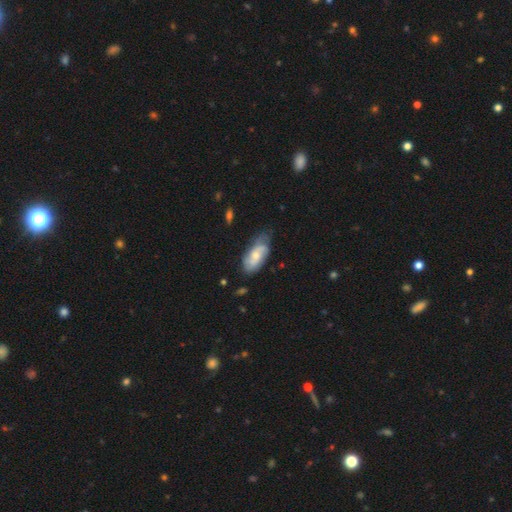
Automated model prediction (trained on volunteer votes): Smooth or featured? Predicted: featured or disk (p=0.53). Edge-on disk? Predicted: no (p=0.91). Merging? Predicted: none (p=0.56).